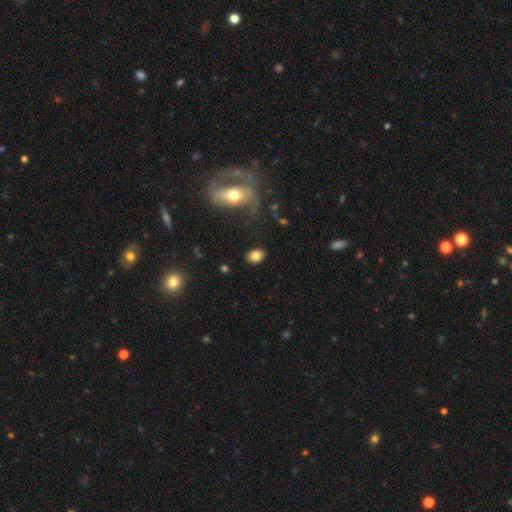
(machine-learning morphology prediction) The model was most divided on "how rounded": in between: 67%, round: 31%, cigar-shaped: 1%. More confident: merging — none (85%); smooth or featured — smooth (81%).